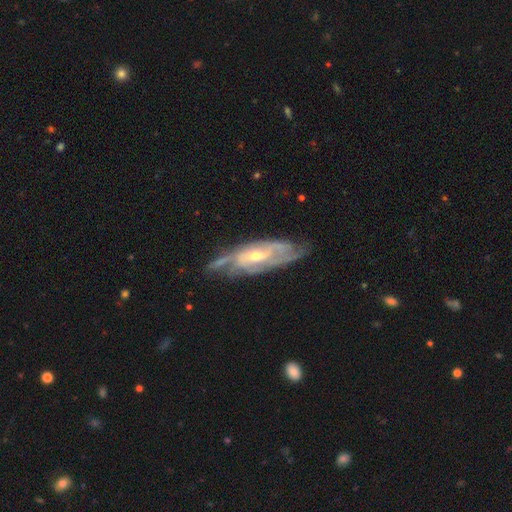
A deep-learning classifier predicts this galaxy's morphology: The model was most divided on "bulge size": moderate: 49%, small: 47%, large: 2%, none: 1%, dominant: 1%. Remaining: spiral arms — yes (93%); smooth or featured — featured or disk (86%); edge-on disk — no (85%); merging — none (66%); spiral winding — tight (53%); bar — no (48%); spiral arm count — can't tell (35%).